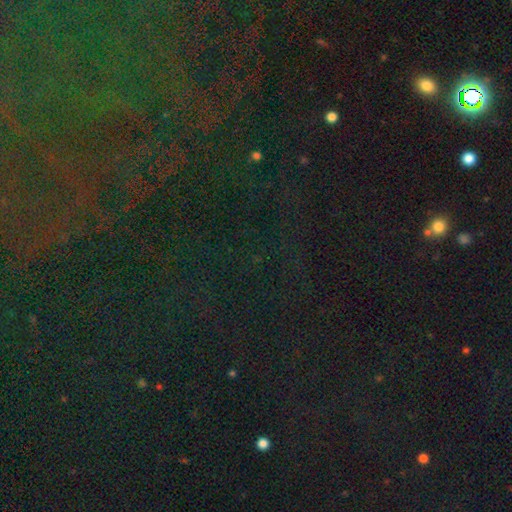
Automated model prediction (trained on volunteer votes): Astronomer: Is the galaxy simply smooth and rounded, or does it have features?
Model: star or artifact — 80%.